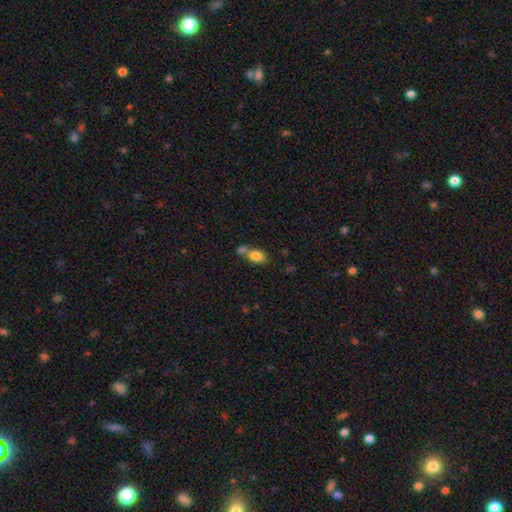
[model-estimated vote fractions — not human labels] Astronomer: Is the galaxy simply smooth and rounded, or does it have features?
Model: smooth — 80%.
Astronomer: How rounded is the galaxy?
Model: in between — 80%.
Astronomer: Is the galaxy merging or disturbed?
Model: merger — 45% (runner-up: none, 39%).